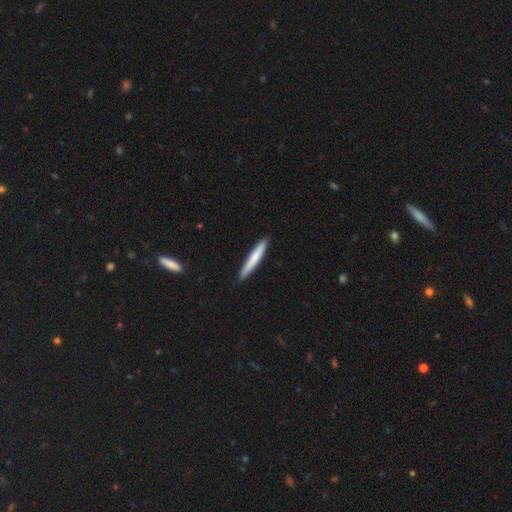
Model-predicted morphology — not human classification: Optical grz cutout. It shows a smooth galaxy with no disk features (68%) that is cigar-shaped (95%). Merging: none (90%).